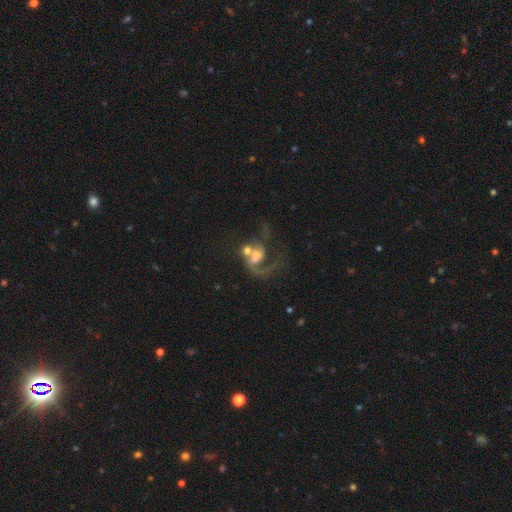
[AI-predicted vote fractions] smooth_or_featured: featured or disk (p=0.66) [alt: smooth p=0.24]
disk_edge_on: no (p=0.97) [alt: yes p=0.03]
bar: no (p=0.61) [alt: weak p=0.29]
has_spiral_arms: yes (p=0.78) [alt: no p=0.22]
spiral_winding: loose (p=0.59) [alt: medium p=0.30]
spiral_arm_count: 1 (p=0.74) [alt: 2 p=0.18]
bulge_size: moderate (p=0.43) [alt: large p=0.23]
merging: merger (p=0.47) [alt: major disturbance p=0.25]